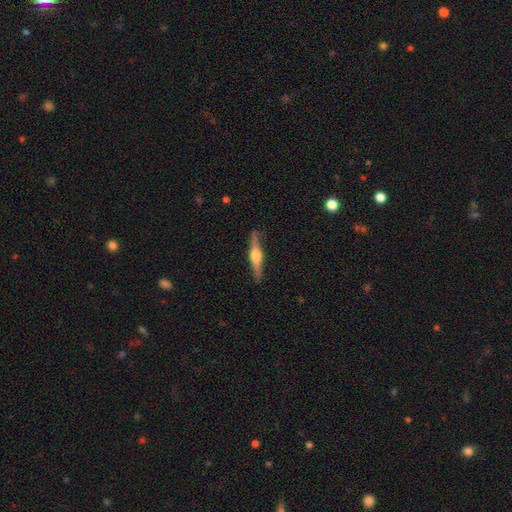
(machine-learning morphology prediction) The model was most divided on "smooth or featured": featured or disk: 72%, smooth: 23%, star or artifact: 5%. More confident: edge-on disk — yes (97%); edge-on bulge — rounded (90%); merging — none (88%).